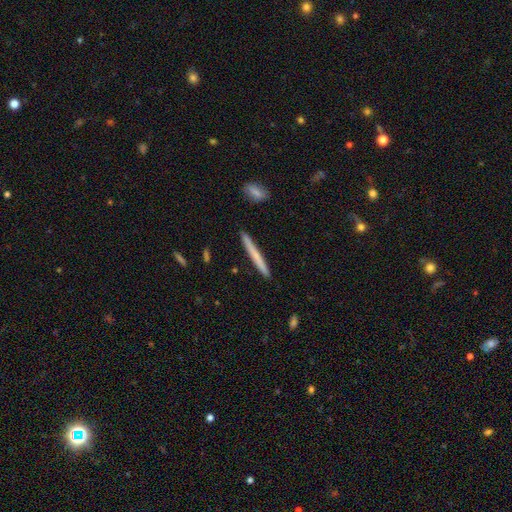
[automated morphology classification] Smooth or featured?
  - smooth: 62% *
  - featured or disk: 32%
  - star or artifact: 6%
How rounded?
  - cigar-shaped: 97% *
  - in between: 2%
  - round: 1%
Merging?
  - none: 92% *
  - minor disturbance: 6%
  - merger: 1%
  - major disturbance: 1%